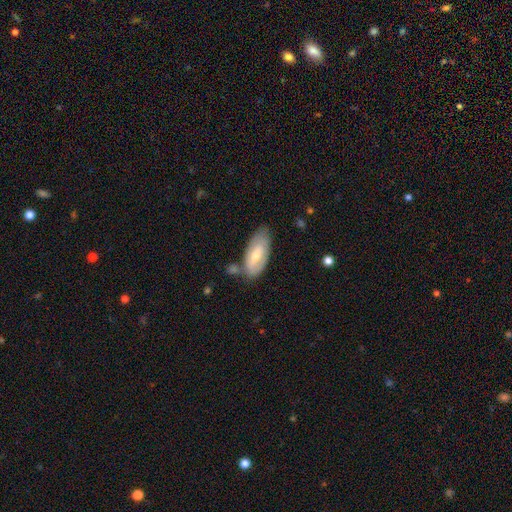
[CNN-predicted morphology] Smooth or featured? Predicted: smooth (p=0.48). Merging? Predicted: none (p=0.64).